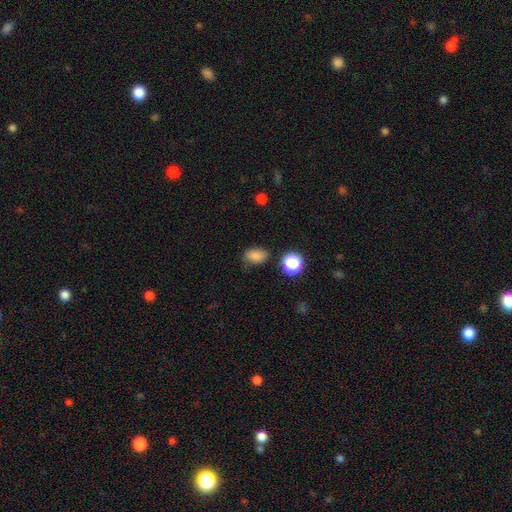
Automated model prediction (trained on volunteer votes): Smooth or featured: smooth — 82% (star or artifact — 13%)
How rounded: in between — 80% (round — 19%)
Merging: none — 73% (minor disturbance — 19%)